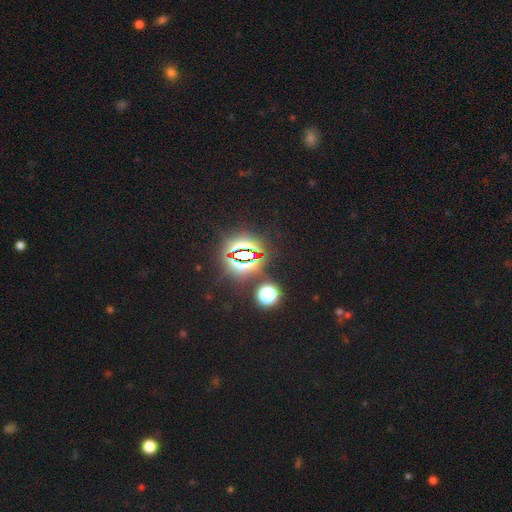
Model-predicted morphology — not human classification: The model was most divided on "smooth or featured": star or artifact: 79%, smooth: 14%, featured or disk: 7%.